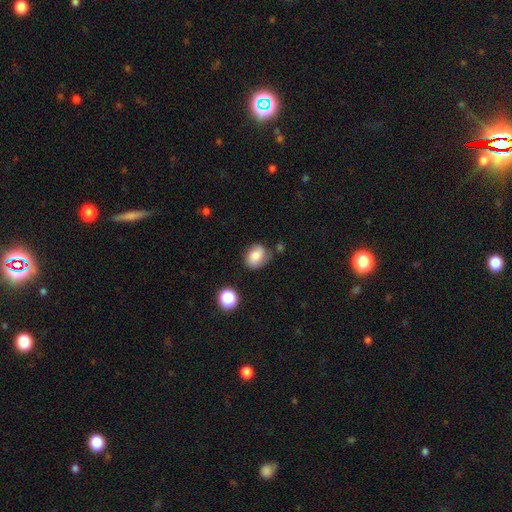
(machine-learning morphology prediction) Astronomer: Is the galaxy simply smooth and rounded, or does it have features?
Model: smooth — 73%.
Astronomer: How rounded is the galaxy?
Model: in between — 59% (runner-up: round, 40%).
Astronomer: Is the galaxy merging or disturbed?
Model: none — 61%.